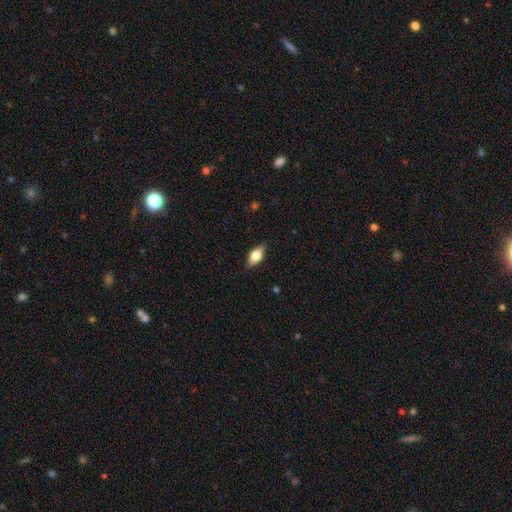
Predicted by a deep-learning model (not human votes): A smooth galaxy with no disk features (65%) that is in between round and cigar-shaped (83%). Merging: none (85%).